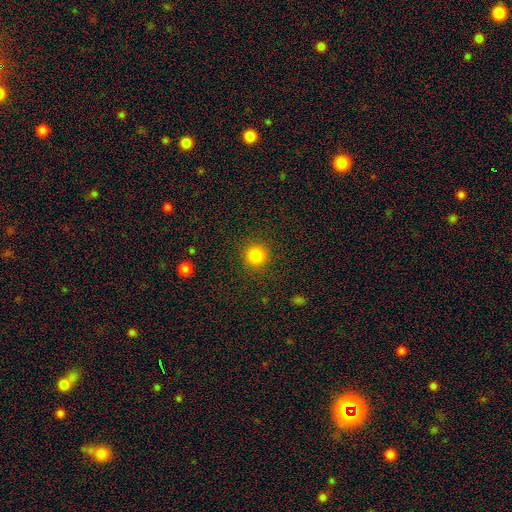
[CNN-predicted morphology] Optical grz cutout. It shows a smooth galaxy with no disk features (85%) that is round (95%). Merging: none (91%).